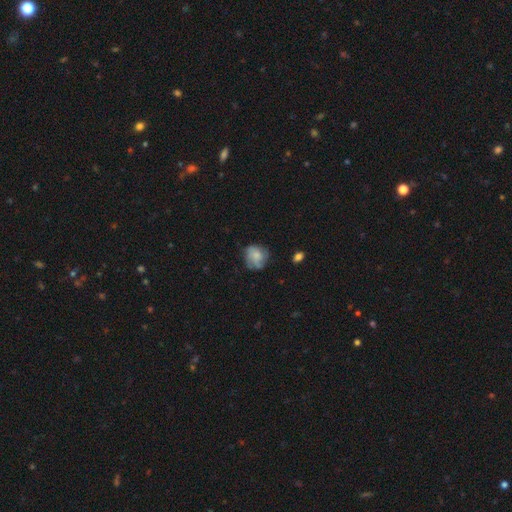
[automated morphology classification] A smooth galaxy with no disk features (50%) that is round (76%).

Vote fractions:
- Smooth or featured? smooth: 50% / featured or disk: 41% / star or artifact: 8%
- How rounded? round: 76% / in between: 23% / cigar-shaped: 1%
- Merging? none: 65% / minor disturbance: 24% / major disturbance: 10% / merger: 2%